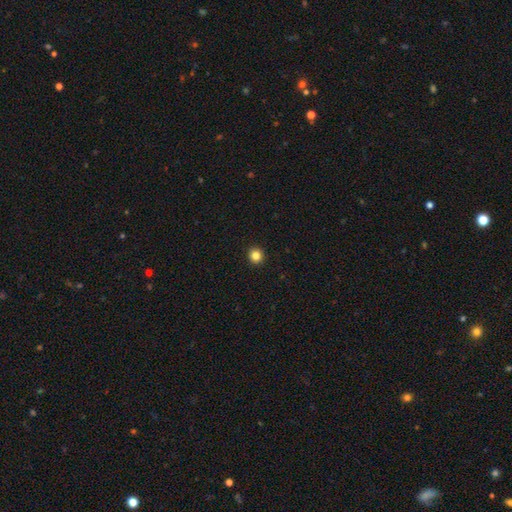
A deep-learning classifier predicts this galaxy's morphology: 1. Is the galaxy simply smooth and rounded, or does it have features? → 84% smooth, 12% star or artifact, 4% featured or disk.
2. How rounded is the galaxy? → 93% round, 6% in between, 1% cigar-shaped.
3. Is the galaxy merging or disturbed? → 94% none, 4% minor disturbance, 1% major disturbance, 1% merger.